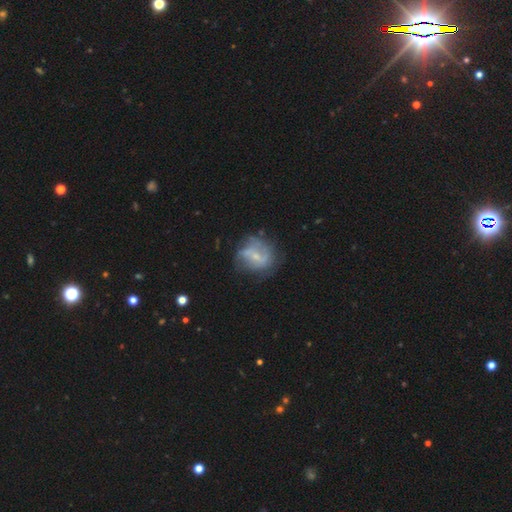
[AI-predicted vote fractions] Smooth or featured? Predicted: featured or disk (p=0.64). Edge-on disk? Predicted: no (p=0.97). Bar? Predicted: weak (p=0.45). Spiral arms? Predicted: yes (p=0.68). Bulge size? Predicted: small (p=0.66). Merging? Predicted: none (p=0.57).